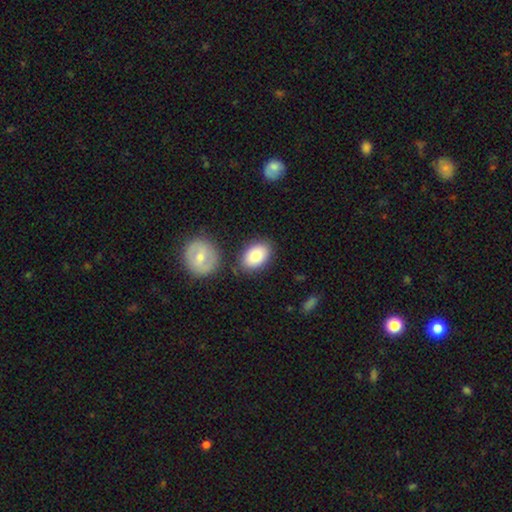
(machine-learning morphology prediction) A smooth galaxy with no disk features (82%) that is in between round and cigar-shaped (85%). Merging: none (77%).